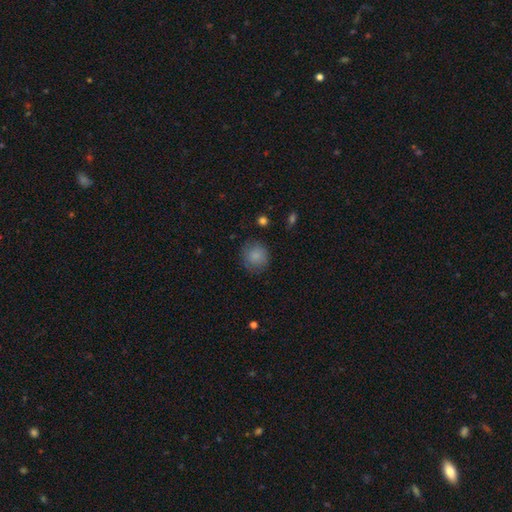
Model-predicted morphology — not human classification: The model was most divided on "merging": none: 79%, minor disturbance: 15%, major disturbance: 5%, merger: 1%. More confident: how rounded — round (88%); smooth or featured — smooth (85%).